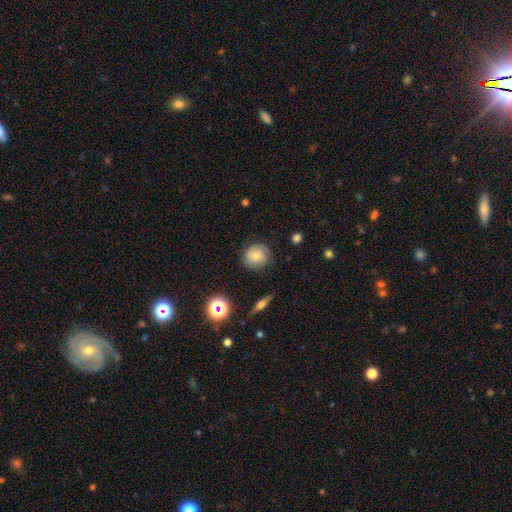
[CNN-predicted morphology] The model was most divided on "smooth or featured": smooth: 70%, featured or disk: 18%, star or artifact: 12%. More confident: how rounded — round (87%); merging — none (82%).